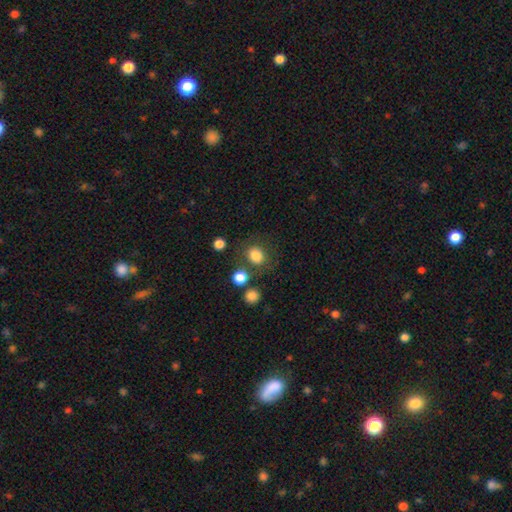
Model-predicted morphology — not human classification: The model was most divided on "how rounded": round: 70%, in between: 29%, cigar-shaped: 1%. More confident: smooth or featured — smooth (82%); merging — none (74%).